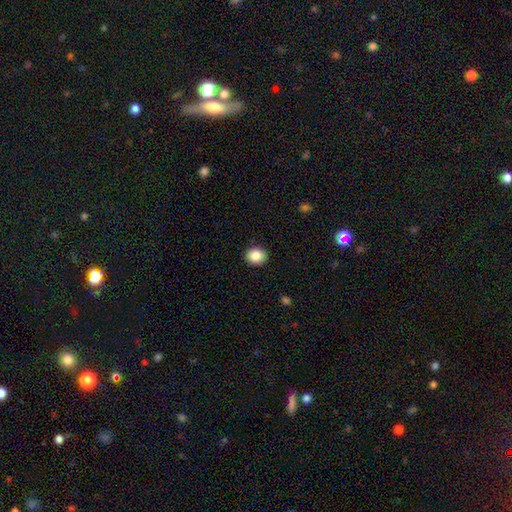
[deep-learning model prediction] This is clearly a smooth galaxy (87%). How rounded: likely round (67%). Merging: clearly none (91%).